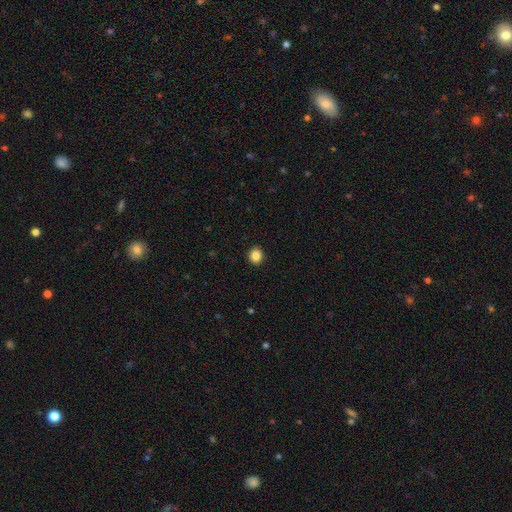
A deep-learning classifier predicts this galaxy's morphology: type=smooth (85%); roundness=round (82%); merging=none (93%).